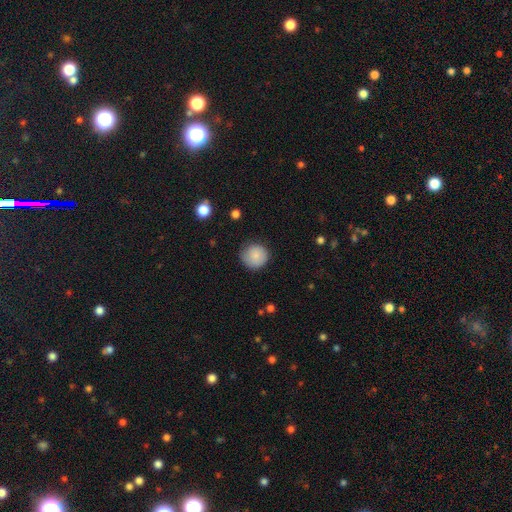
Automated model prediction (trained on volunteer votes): Smooth or featured?
  - smooth: 84% *
  - star or artifact: 8%
  - featured or disk: 8%
How rounded?
  - round: 94% *
  - in between: 5%
  - cigar-shaped: 1%
Merging?
  - none: 79% *
  - minor disturbance: 17%
  - major disturbance: 4%
  - merger: 1%